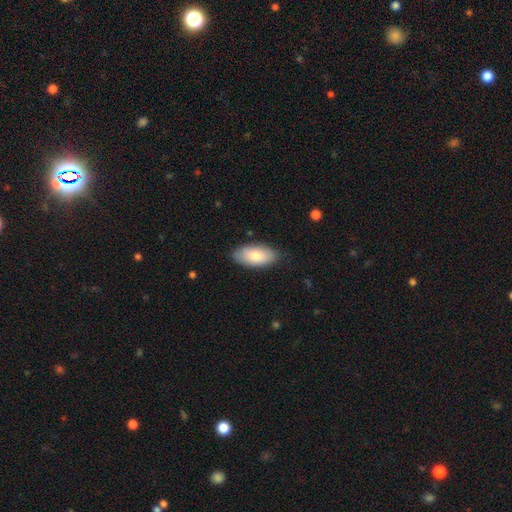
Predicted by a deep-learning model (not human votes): Q: Smooth or featured?
A: smooth (79%); runner-up: featured or disk (15%)
Q: How rounded?
A: in between (93%); runner-up: cigar-shaped (5%)
Q: Merging?
A: none (83%); runner-up: minor disturbance (14%)